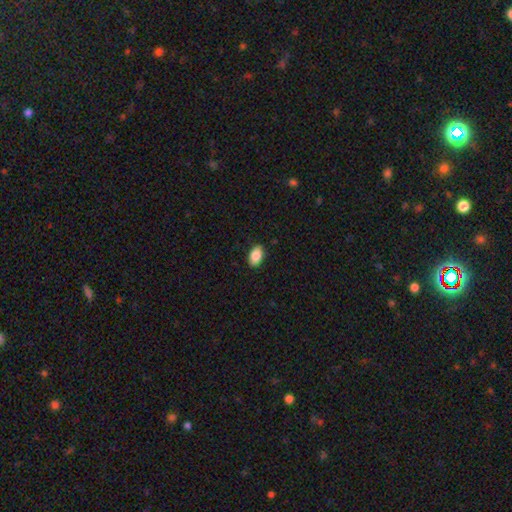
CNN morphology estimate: type=smooth (86%); roundness=in between (92%); merging=none (89%).